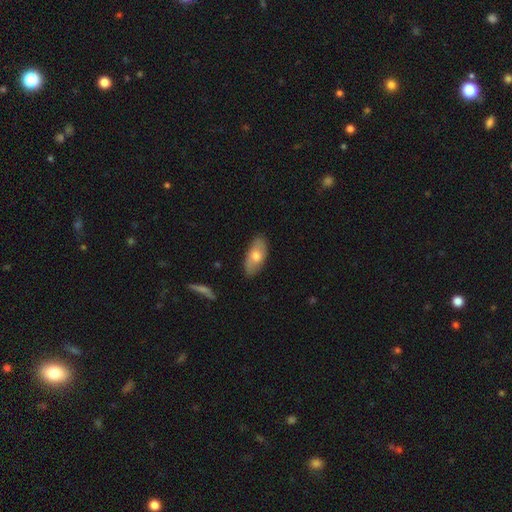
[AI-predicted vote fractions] This is likely a smooth galaxy (66%). How rounded: clearly in between (90%). Merging: clearly none (81%).